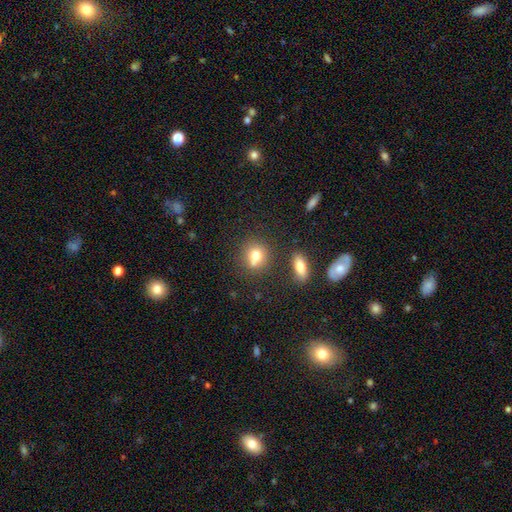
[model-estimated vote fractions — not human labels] Smooth or featured: smooth — 75% (featured or disk — 13%)
How rounded: round — 74% (in between — 25%)
Merging: none — 57% (merger — 25%)